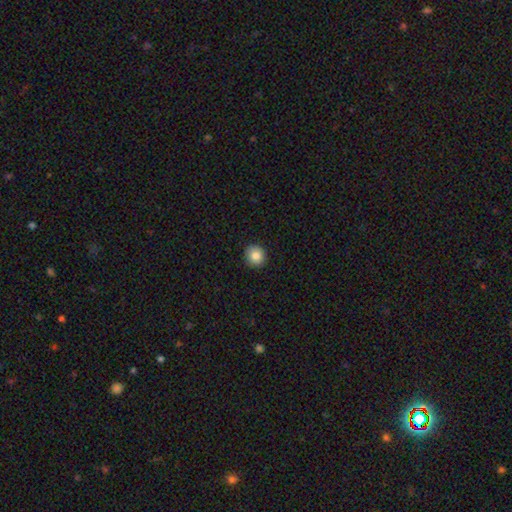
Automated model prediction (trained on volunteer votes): Smooth or featured? Predicted: smooth (p=0.84). How rounded? Predicted: round (p=0.93). Merging? Predicted: none (p=0.92).